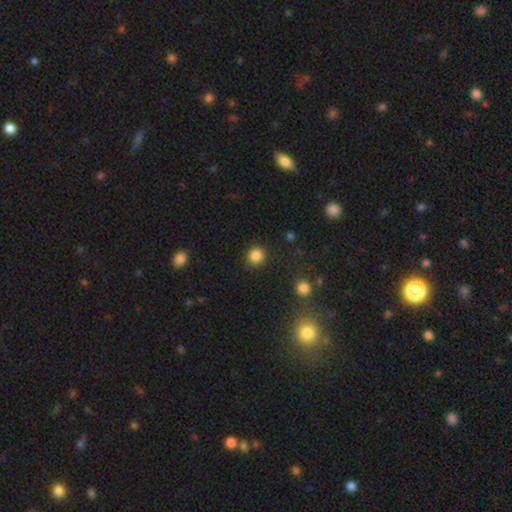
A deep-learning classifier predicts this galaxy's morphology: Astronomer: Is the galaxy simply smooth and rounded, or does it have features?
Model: smooth — 86%.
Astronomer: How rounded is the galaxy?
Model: round — 90%.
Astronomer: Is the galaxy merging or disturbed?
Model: none — 85%.